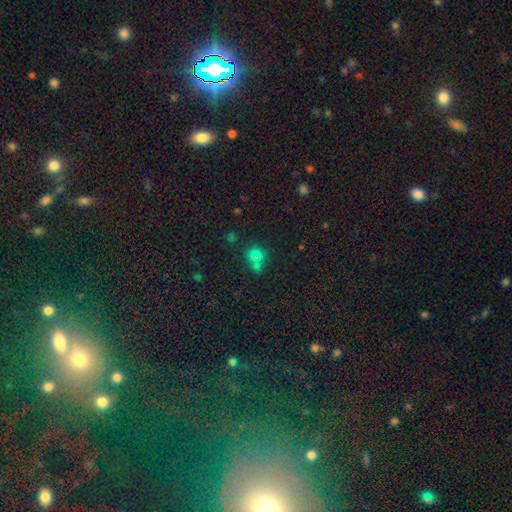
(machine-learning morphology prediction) Smooth or featured? smooth (63%)
How rounded? round (71%)
Merging? none (47%)